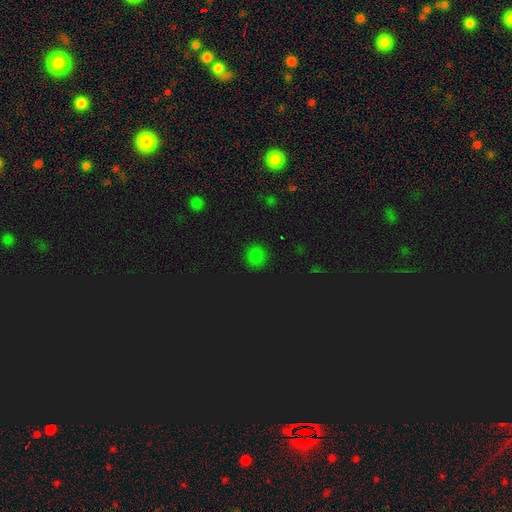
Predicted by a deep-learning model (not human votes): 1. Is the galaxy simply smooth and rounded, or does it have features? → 72% smooth, 24% star or artifact, 4% featured or disk.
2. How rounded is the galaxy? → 89% round, 10% in between, 1% cigar-shaped.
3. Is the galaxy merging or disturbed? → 90% none, 7% minor disturbance, 2% major disturbance, 1% merger.